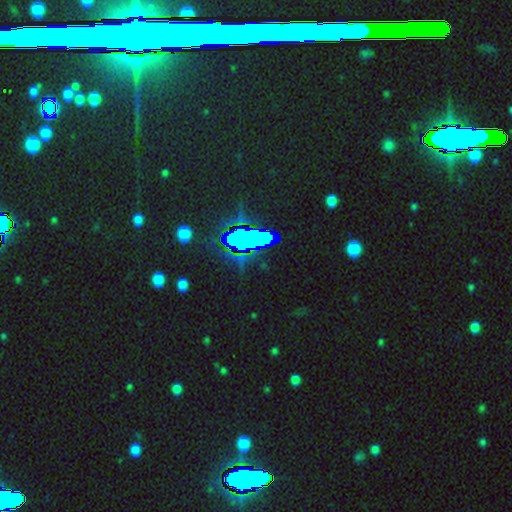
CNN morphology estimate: Smooth or featured? star or artifact (70%)